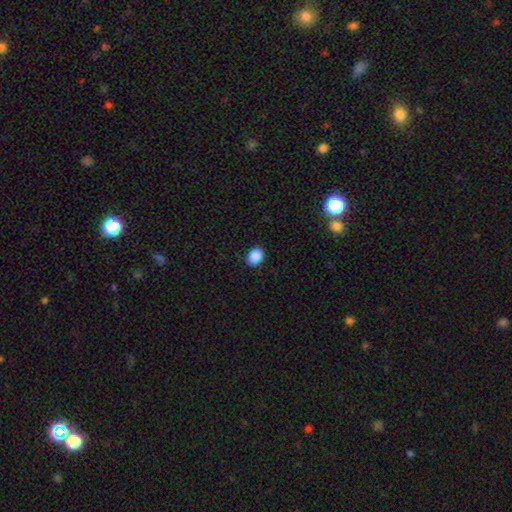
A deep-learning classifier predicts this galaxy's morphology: A smooth galaxy with no disk features (89%) that is in between round and cigar-shaped (54%). Merging: none (89%).